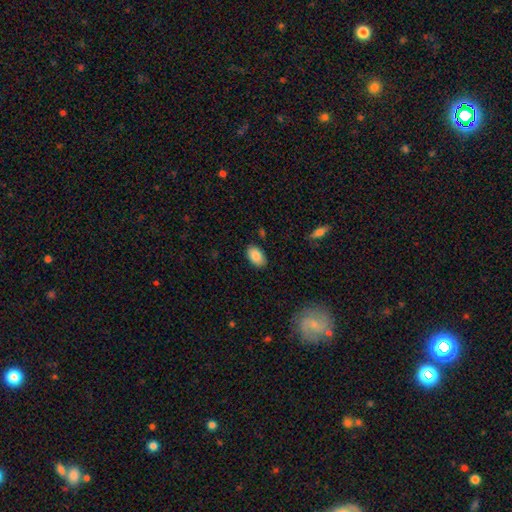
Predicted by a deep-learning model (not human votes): smooth-or-featured: smooth: 86% | star or artifact: 7% | featured or disk: 7%
  how-rounded: in between: 92% | round: 6% | cigar-shaped: 1%
  merging: none: 86% | minor disturbance: 10% | major disturbance: 2% | merger: 1%